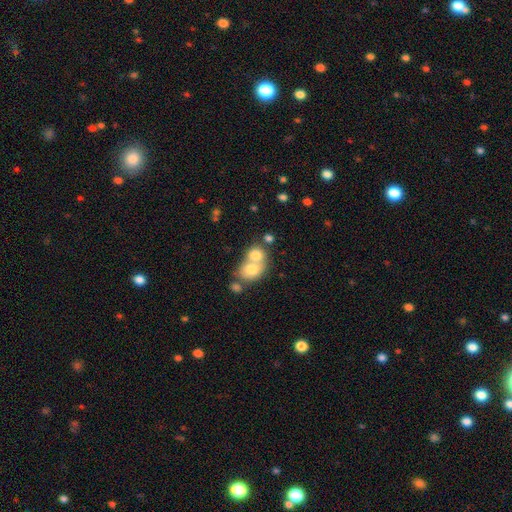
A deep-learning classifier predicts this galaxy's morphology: Smooth or featured? smooth (72%)
How rounded? round (52%)
Merging? merger (70%)